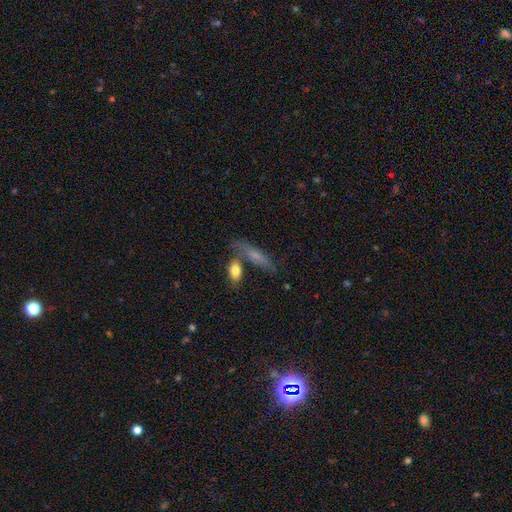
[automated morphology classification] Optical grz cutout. It shows a smooth galaxy with no disk features (63%) that is cigar-shaped (67%). Merging: none (58%).